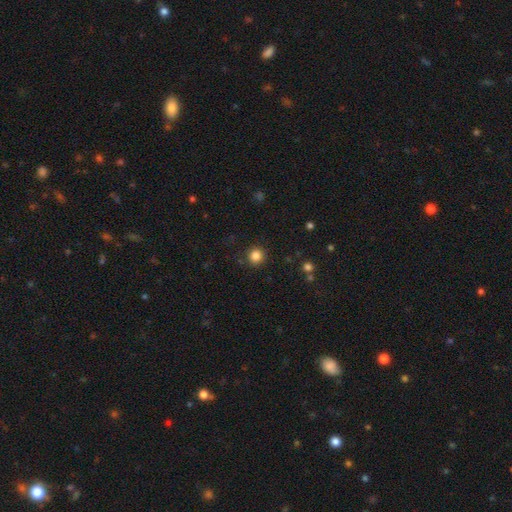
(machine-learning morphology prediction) Smooth or featured? smooth (85%)
How rounded? round (93%)
Merging? none (89%)